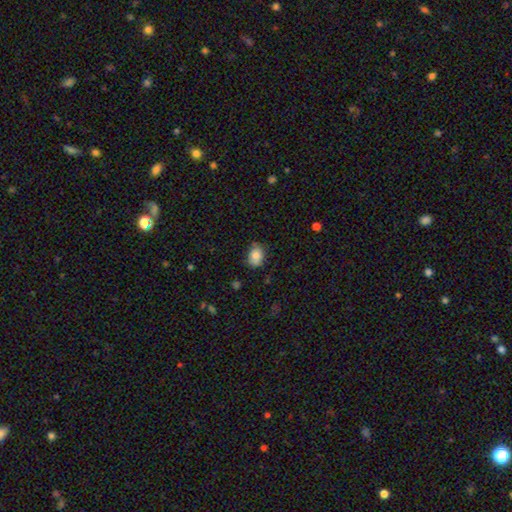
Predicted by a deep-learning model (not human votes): This appears to be a smooth galaxy with no disk features (83%) that is in between round and cigar-shaped (70%). Merging: none (71%).